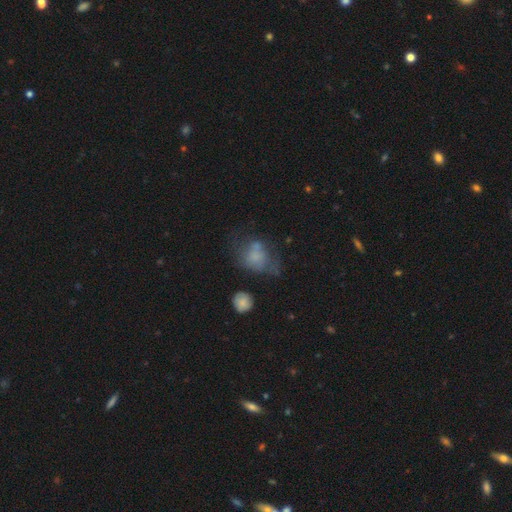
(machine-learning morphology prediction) A smooth galaxy with no disk features (59%) that is in between round and cigar-shaped (55%). Merging: major disturbance (33%).